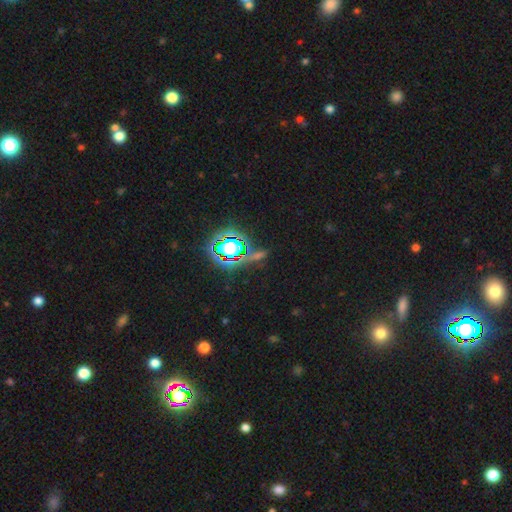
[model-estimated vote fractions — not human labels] star or artifact 69%, smooth 20%, featured or disk 11%.